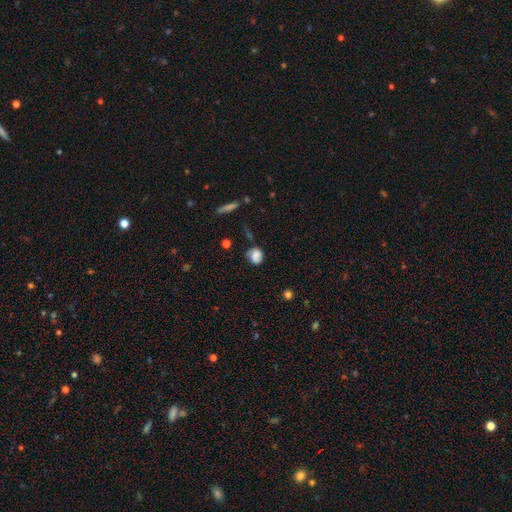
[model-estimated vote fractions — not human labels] A smooth galaxy with no disk features (71%) that is round (61%).

Vote fractions:
- Smooth or featured? smooth: 71% / featured or disk: 19% / star or artifact: 10%
- How rounded? round: 61% / in between: 37% / cigar-shaped: 2%
- Merging? none: 59% / minor disturbance: 27% / major disturbance: 9% / merger: 5%